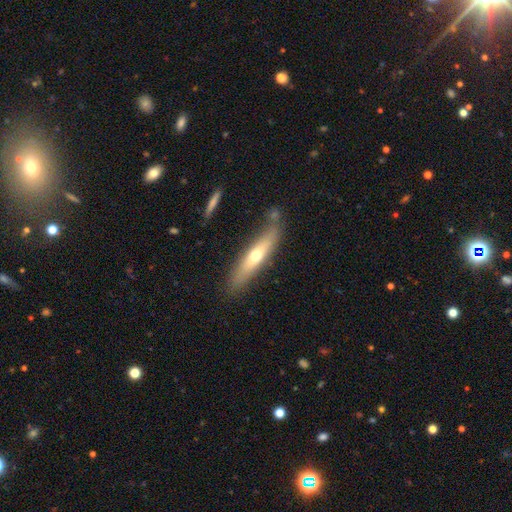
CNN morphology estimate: smooth_or_featured: smooth (p=0.51) [alt: featured or disk p=0.43]
how_rounded: cigar-shaped (p=0.83) [alt: in between p=0.16]
merging: none (p=0.76) [alt: minor disturbance p=0.15]